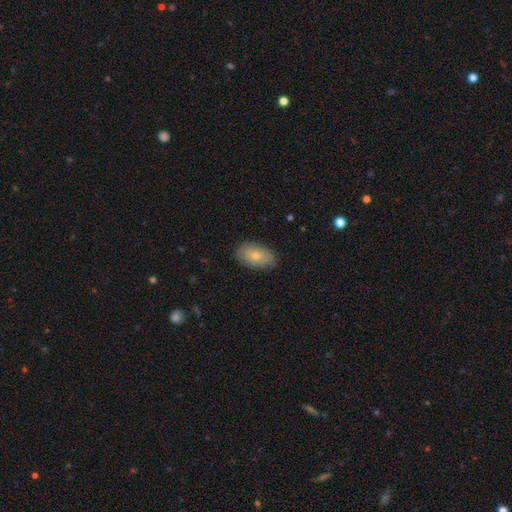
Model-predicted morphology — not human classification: Overall: smooth (71%). How rounded: in between (92%). Merging: none (83%).